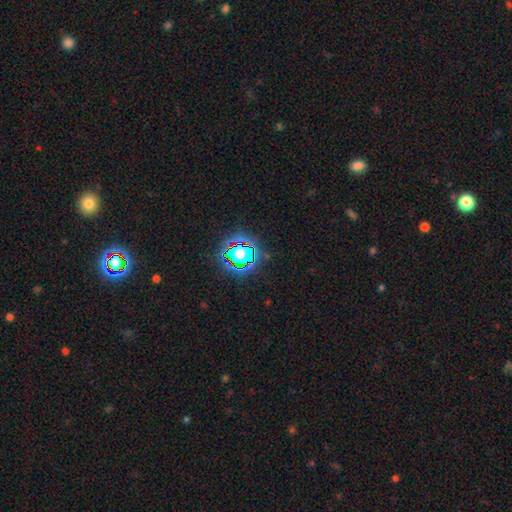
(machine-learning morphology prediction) The model was most divided on "smooth or featured": star or artifact: 79%, smooth: 13%, featured or disk: 8%.